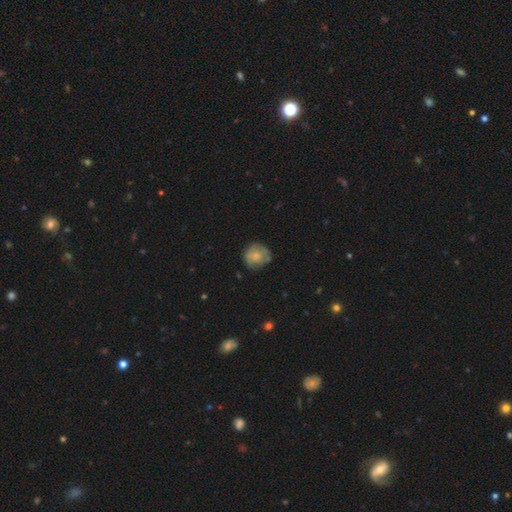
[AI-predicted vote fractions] This appears to be a smooth galaxy with no disk features (54%) that is round (82%). Merging: none (67%).